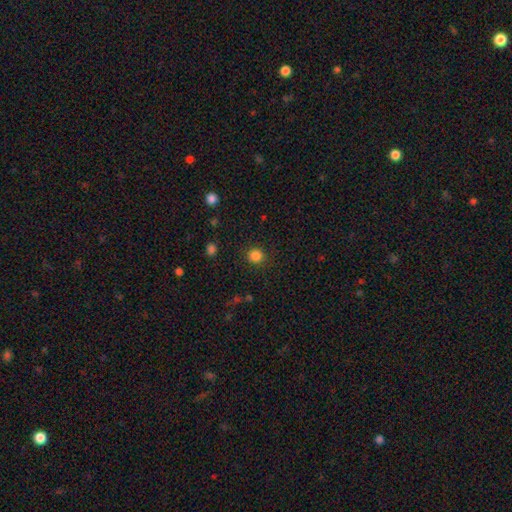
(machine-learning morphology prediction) Q: Smooth or featured?
A: smooth (84%); runner-up: star or artifact (12%)
Q: How rounded?
A: round (91%); runner-up: in between (9%)
Q: Merging?
A: none (90%); runner-up: minor disturbance (6%)